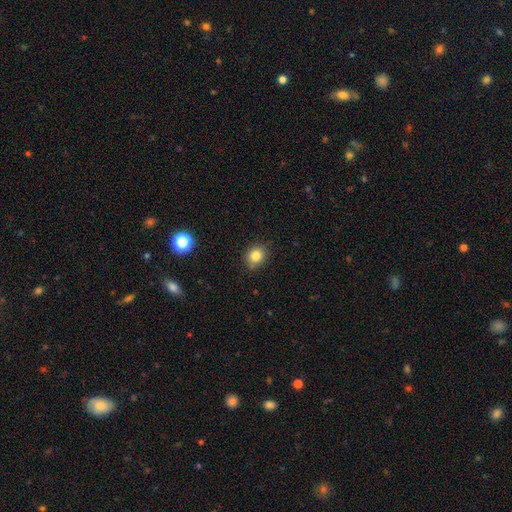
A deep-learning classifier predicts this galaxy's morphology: Smooth or featured?
  - smooth: 83% *
  - star or artifact: 11%
  - featured or disk: 6%
How rounded?
  - round: 68% *
  - in between: 31%
  - cigar-shaped: 1%
Merging?
  - none: 84% *
  - minor disturbance: 12%
  - major disturbance: 2%
  - merger: 1%